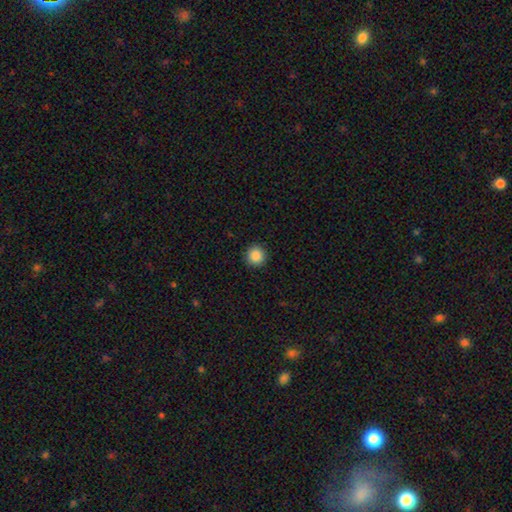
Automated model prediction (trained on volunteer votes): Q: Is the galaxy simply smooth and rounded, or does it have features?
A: smooth — 87%.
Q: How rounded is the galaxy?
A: round — 94%.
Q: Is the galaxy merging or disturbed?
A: none — 92%.